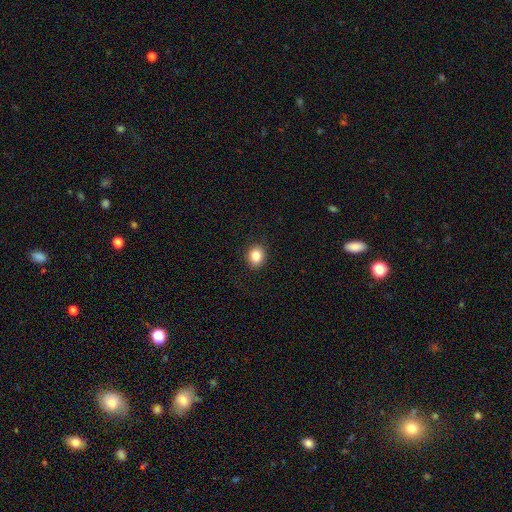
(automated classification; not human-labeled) Smooth or featured? Predicted: smooth (p=0.84). How rounded? Predicted: round (p=0.65). Merging? Predicted: none (p=0.91).